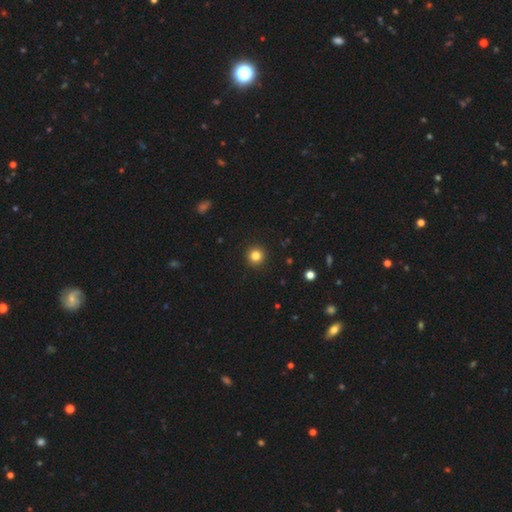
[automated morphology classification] type=smooth (83%); roundness=round (95%); merging=none (93%).